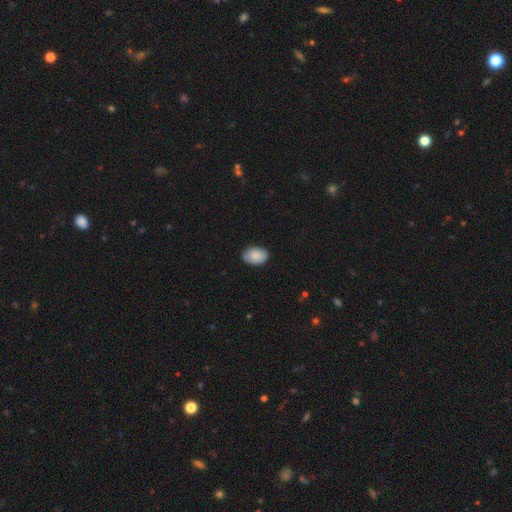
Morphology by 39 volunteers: This is clearly a smooth galaxy (85%). How rounded: clearly in between (100%). Merging: clearly none (92%).